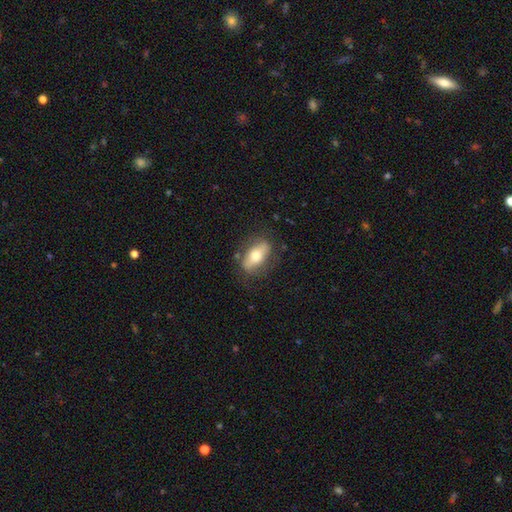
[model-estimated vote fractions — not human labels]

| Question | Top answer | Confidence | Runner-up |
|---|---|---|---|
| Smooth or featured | smooth | 53% | featured or disk (40%) |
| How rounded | in between | 77% | cigar-shaped (16%) |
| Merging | none | 75% | minor disturbance (17%) |